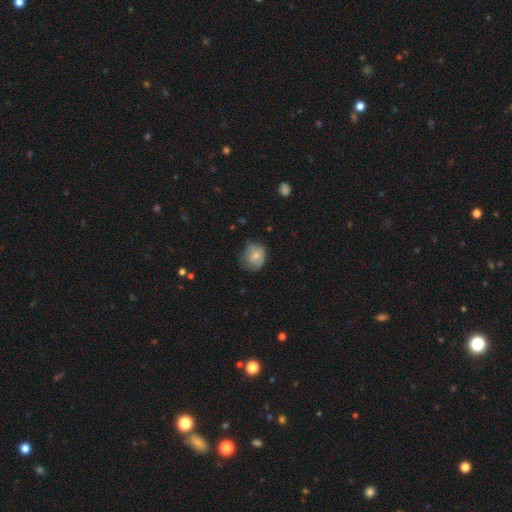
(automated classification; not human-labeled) Smooth or featured? Predicted: smooth (p=0.67). How rounded? Predicted: round (p=0.64). Merging? Predicted: none (p=0.54).